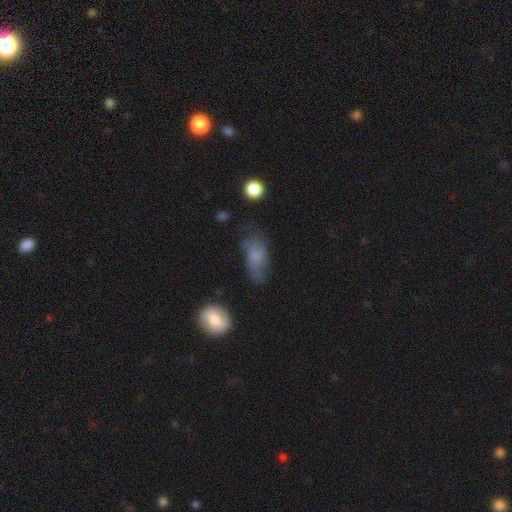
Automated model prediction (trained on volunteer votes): smooth-or-featured: smooth: 56% | featured or disk: 33% | star or artifact: 11%
  how-rounded: in between: 83% | round: 10% | cigar-shaped: 7%
  merging: none: 46% | minor disturbance: 29% | major disturbance: 21% | merger: 4%